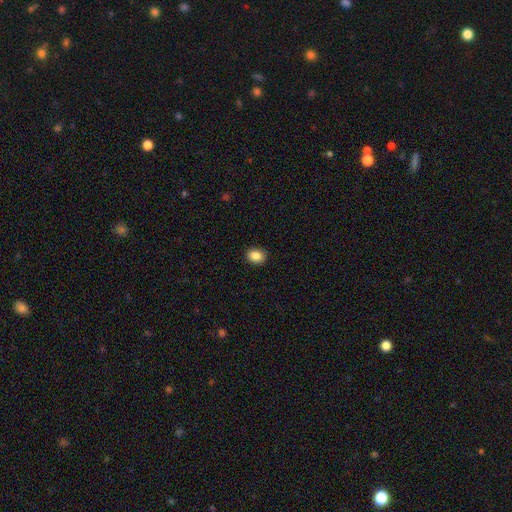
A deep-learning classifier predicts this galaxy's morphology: Smooth or featured? smooth (86%)
How rounded? round (51%)
Merging? none (90%)